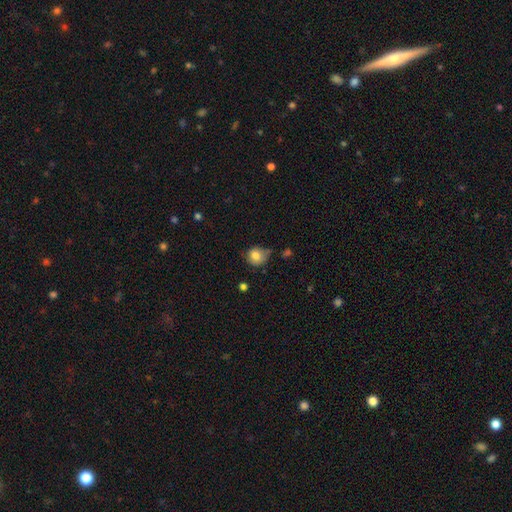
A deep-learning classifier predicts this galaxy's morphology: Smooth or featured: smooth — 80% (featured or disk — 11%)
How rounded: round — 79% (in between — 20%)
Merging: none — 51% (minor disturbance — 32%)